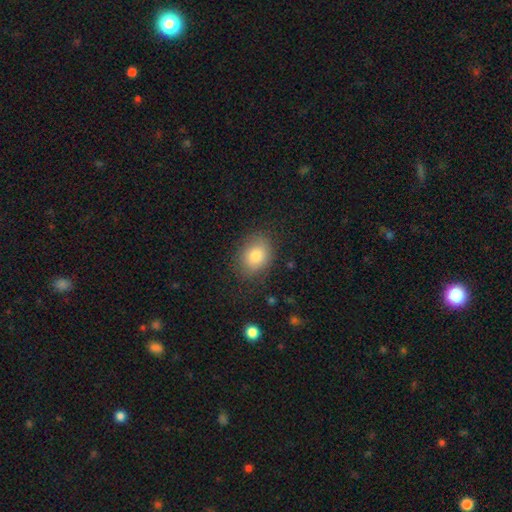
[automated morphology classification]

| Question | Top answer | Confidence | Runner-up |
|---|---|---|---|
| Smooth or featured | smooth | 83% | star or artifact (9%) |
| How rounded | in between | 63% | round (35%) |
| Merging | none | 81% | minor disturbance (14%) |